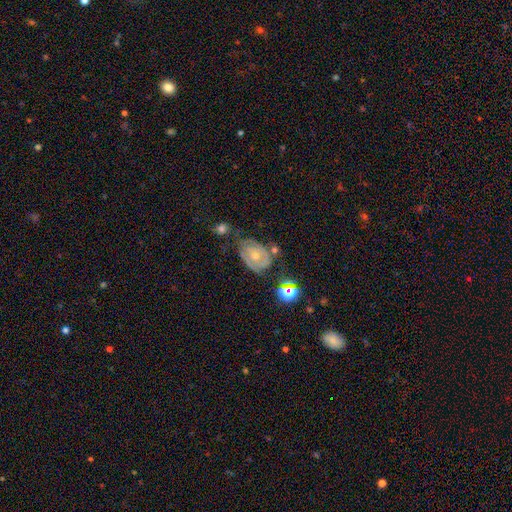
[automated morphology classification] smooth_or_featured: featured or disk (p=0.71) [alt: smooth p=0.20]
disk_edge_on: no (p=0.96) [alt: yes p=0.04]
bar: no (p=0.78) [alt: weak p=0.18]
has_spiral_arms: yes (p=0.79) [alt: no p=0.21]
spiral_winding: tight (p=0.66) [alt: medium p=0.26]
spiral_arm_count: 2 (p=0.43) [alt: can't tell p=0.36]
bulge_size: moderate (p=0.51) [alt: small p=0.44]
merging: none (p=0.47) [alt: minor disturbance p=0.28]